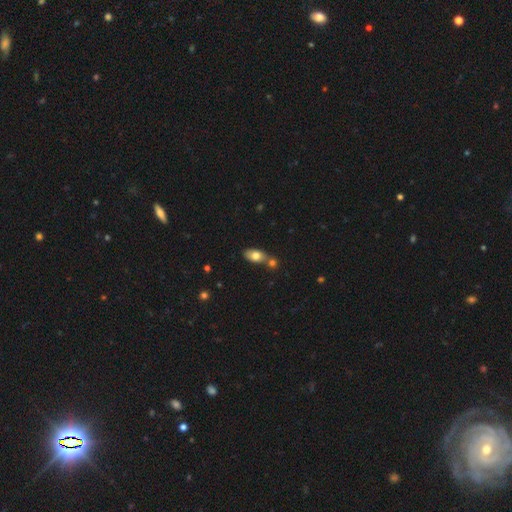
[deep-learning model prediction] A smooth galaxy with no disk features (76%) that is in between round and cigar-shaped (86%). Merging: none (47%).